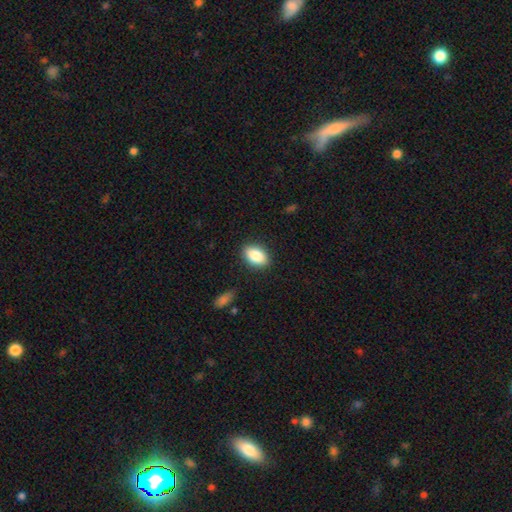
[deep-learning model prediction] A smooth galaxy with no disk features (86%) that is in between round and cigar-shaped (88%).

Vote fractions:
- Smooth or featured? smooth: 86% / star or artifact: 7% / featured or disk: 7%
- How rounded? in between: 88% / round: 10% / cigar-shaped: 2%
- Merging? none: 87% / minor disturbance: 9% / major disturbance: 2% / merger: 1%